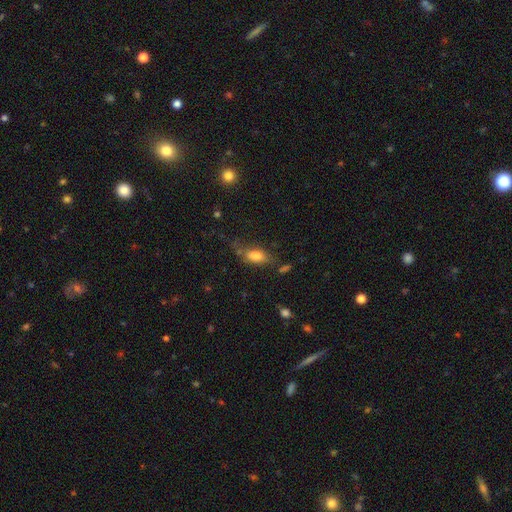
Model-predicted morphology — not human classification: A smooth galaxy with no disk features (79%) that is in between round and cigar-shaped (84%). Merging: none (61%).